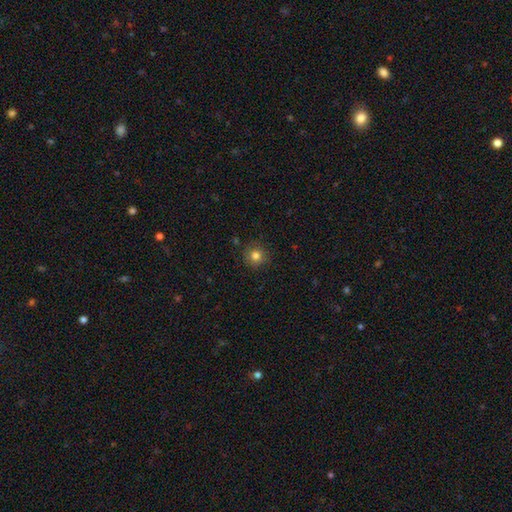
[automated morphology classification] type=smooth (81%); roundness=round (93%); merging=none (88%).